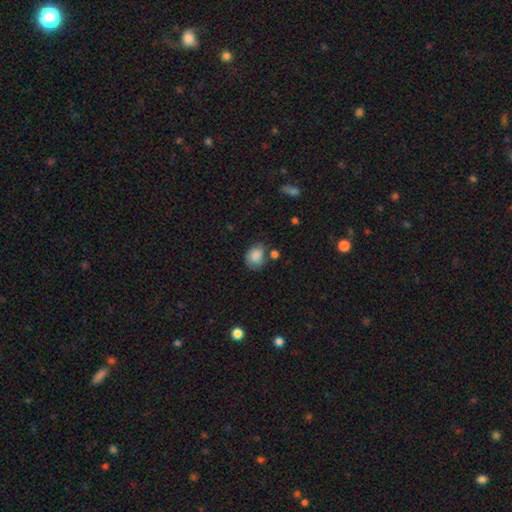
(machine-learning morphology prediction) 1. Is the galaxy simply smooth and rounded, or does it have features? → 85% smooth, 8% star or artifact, 7% featured or disk.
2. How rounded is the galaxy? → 54% in between, 45% round, 1% cigar-shaped.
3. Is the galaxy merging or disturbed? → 59% none, 25% minor disturbance, 9% merger, 7% major disturbance.